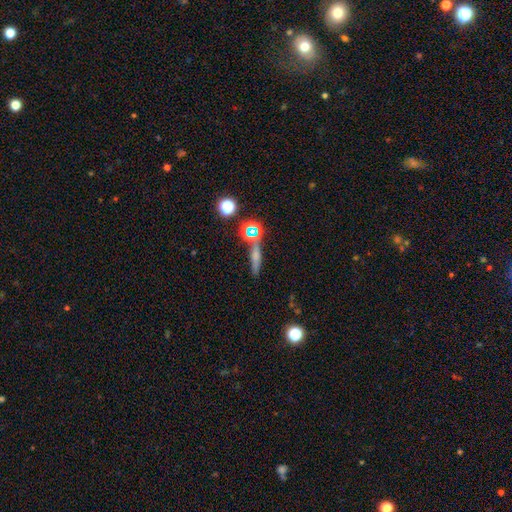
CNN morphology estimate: smooth 49%, featured or disk 28%, star or artifact 23%. Down the decision tree: merging — none (74%).